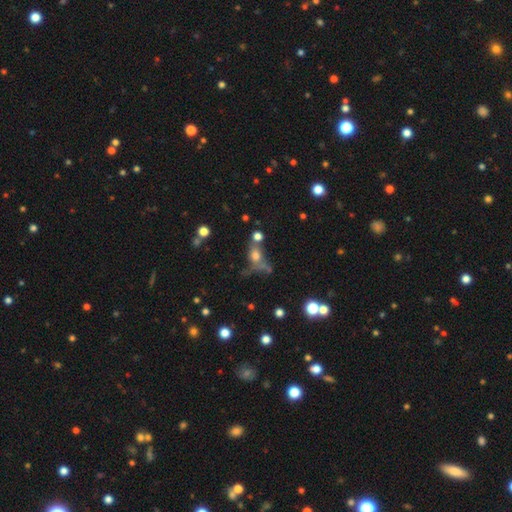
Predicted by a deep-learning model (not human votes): This is possibly a smooth galaxy (58%). How rounded: possibly round (54%). Merging: marginally none (37%).